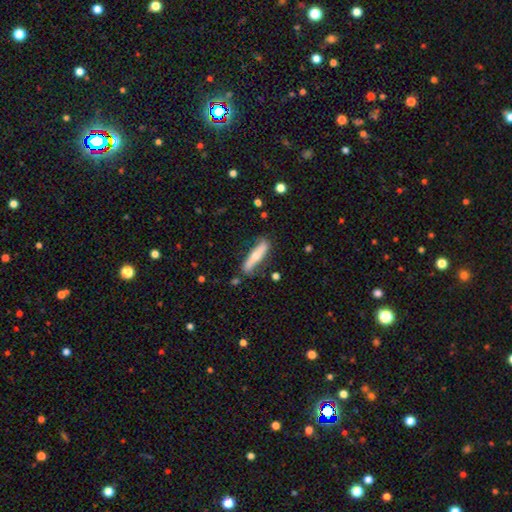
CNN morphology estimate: Q: Smooth or featured?
A: featured or disk (49%); runner-up: smooth (46%)
Q: Merging?
A: none (77%); runner-up: minor disturbance (16%)